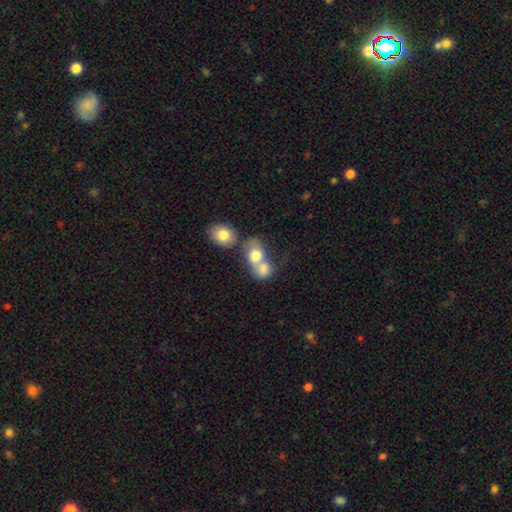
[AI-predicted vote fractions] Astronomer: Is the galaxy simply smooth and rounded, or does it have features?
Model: smooth — 73%.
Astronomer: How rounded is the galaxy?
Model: round — 50% (runner-up: in between, 48%).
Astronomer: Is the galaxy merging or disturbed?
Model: merger — 66%.